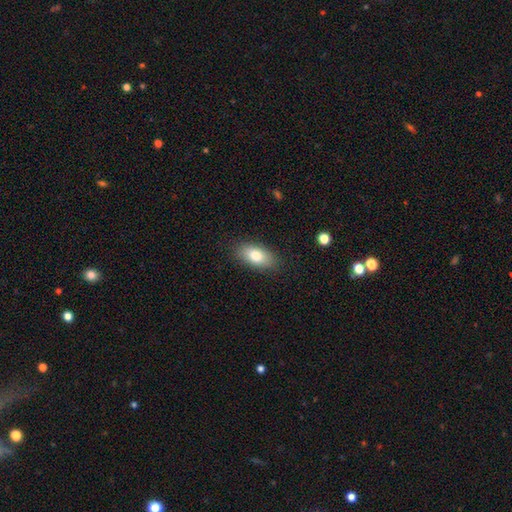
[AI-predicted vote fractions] Smooth or featured? Predicted: smooth (p=0.80). How rounded? Predicted: in between (p=0.91). Merging? Predicted: none (p=0.86).